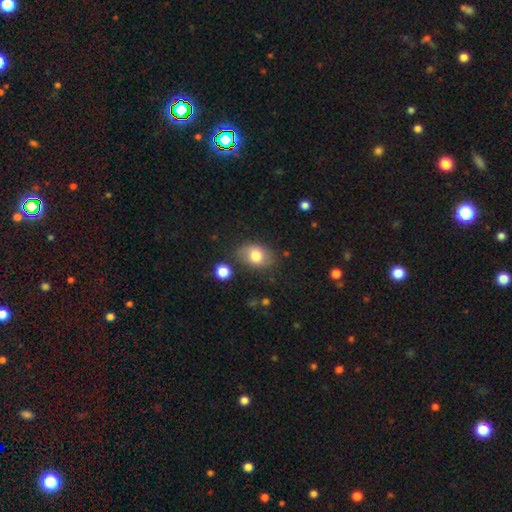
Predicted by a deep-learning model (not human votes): Smooth or featured: smooth — 76% (featured or disk — 15%)
How rounded: in between — 80% (round — 19%)
Merging: none — 76% (minor disturbance — 16%)